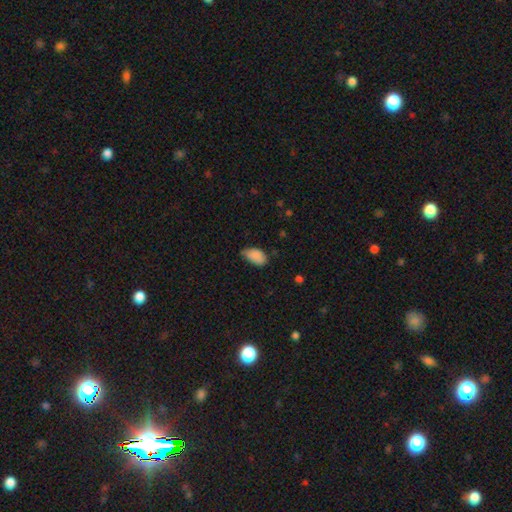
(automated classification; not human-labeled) This appears to be a smooth galaxy with no disk features (88%) that is in between round and cigar-shaped (93%). Merging: none (55%).